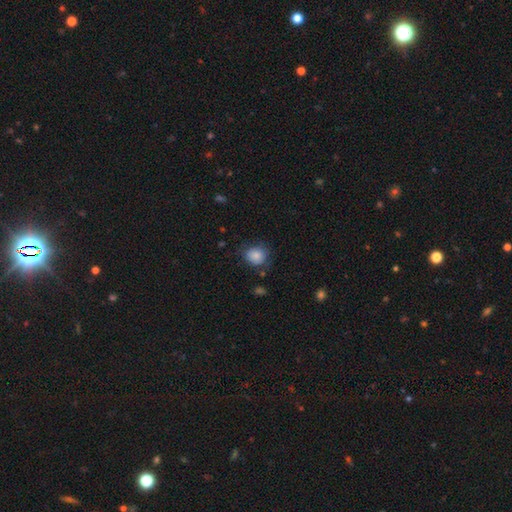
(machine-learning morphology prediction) Smooth or featured?
  - smooth: 85% *
  - star or artifact: 9%
  - featured or disk: 7%
How rounded?
  - round: 78% *
  - in between: 21%
  - cigar-shaped: 1%
Merging?
  - none: 71% *
  - minor disturbance: 21%
  - major disturbance: 6%
  - merger: 2%